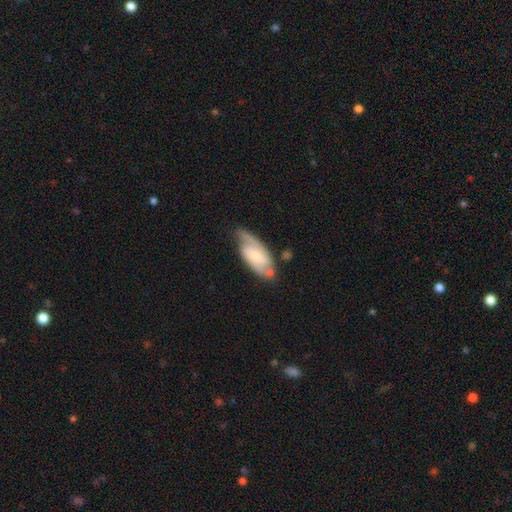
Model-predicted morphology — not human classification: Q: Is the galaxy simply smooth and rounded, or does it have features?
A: featured or disk — 74%.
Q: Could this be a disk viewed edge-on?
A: no — 93%.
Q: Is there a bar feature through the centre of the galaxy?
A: weak — 44%.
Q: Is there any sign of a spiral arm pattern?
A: yes — 93%.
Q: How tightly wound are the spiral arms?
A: medium — 49%.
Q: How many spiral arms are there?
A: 2 — 79%.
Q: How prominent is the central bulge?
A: small — 55%.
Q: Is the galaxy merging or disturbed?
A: none — 66%.